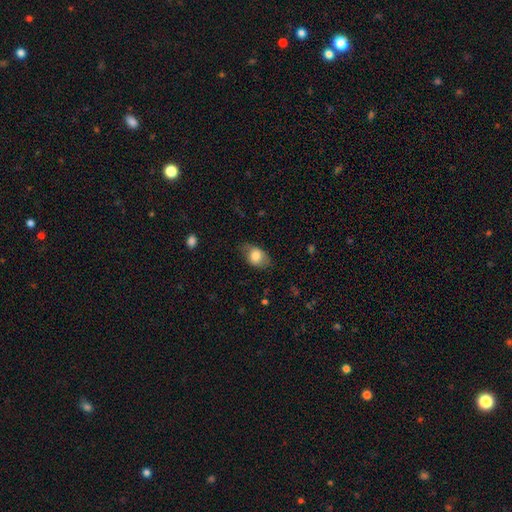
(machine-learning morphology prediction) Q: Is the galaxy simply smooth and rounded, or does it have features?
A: smooth — 78%.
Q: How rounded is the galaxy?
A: in between — 82%.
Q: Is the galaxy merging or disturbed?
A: none — 68%.